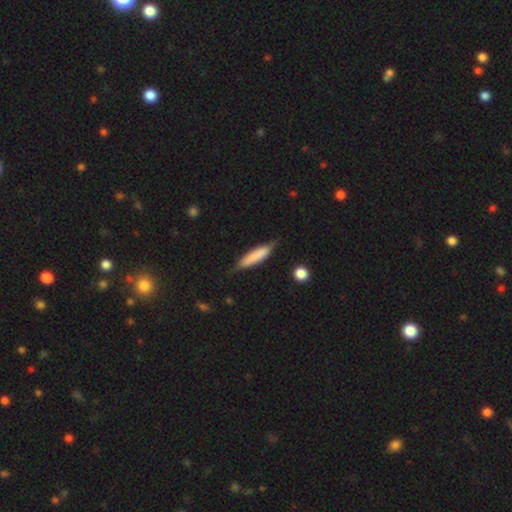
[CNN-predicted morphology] Q: Smooth or featured?
A: smooth (69%); runner-up: featured or disk (25%)
Q: How rounded?
A: cigar-shaped (76%); runner-up: in between (22%)
Q: Merging?
A: none (72%); runner-up: minor disturbance (22%)